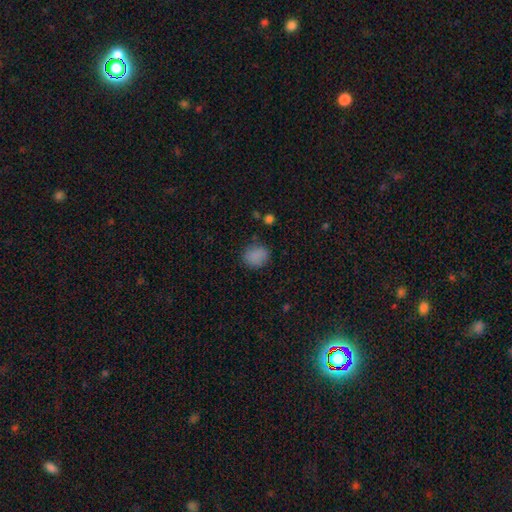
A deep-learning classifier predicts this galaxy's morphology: smooth_or_featured: smooth (p=0.85) [alt: star or artifact p=0.10]
how_rounded: round (p=0.68) [alt: in between p=0.31]
merging: none (p=0.82) [alt: minor disturbance p=0.13]